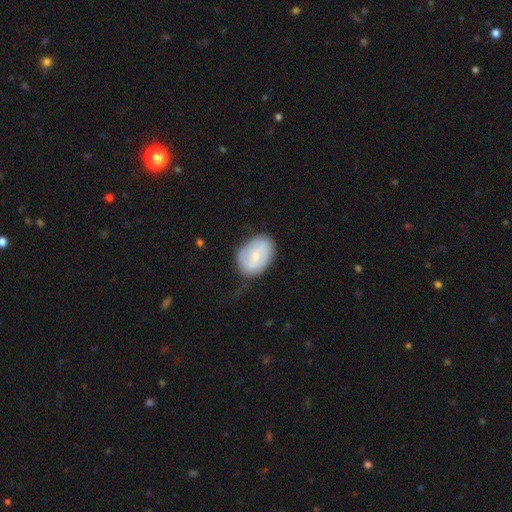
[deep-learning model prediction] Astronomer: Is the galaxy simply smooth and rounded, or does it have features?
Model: smooth — 54% (runner-up: featured or disk, 40%).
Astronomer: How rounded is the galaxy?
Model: in between — 80%.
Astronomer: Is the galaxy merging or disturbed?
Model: none — 64%.